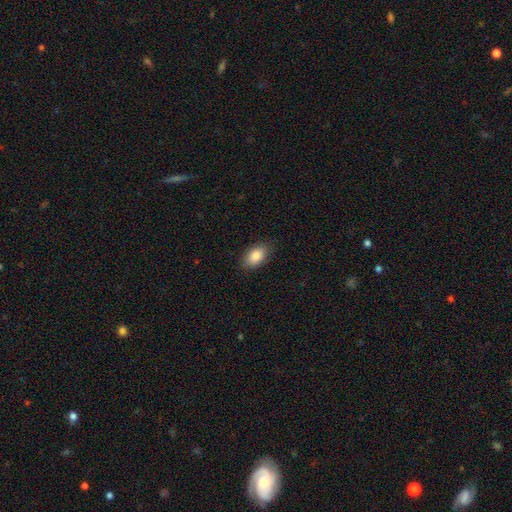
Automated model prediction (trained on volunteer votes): Morphology: type=smooth (86%); roundness=in between (91%); merging=none (85%).